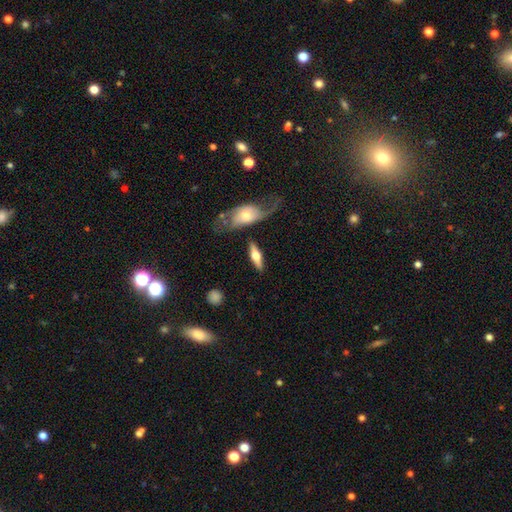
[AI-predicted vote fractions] This is possibly a featured or disk galaxy (54%). It is clearly viewed edge-on (85%). Merging: likely none (71%).